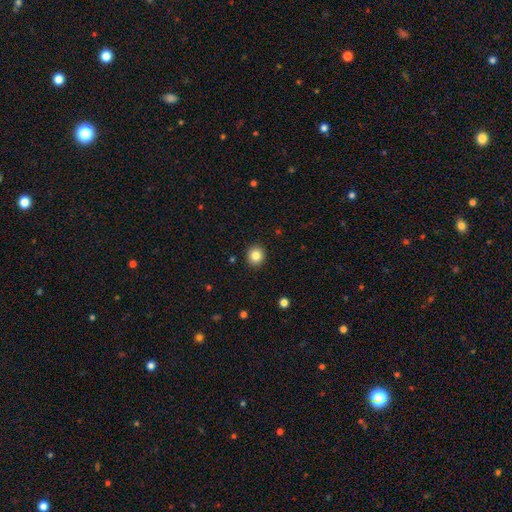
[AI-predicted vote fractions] This is clearly a smooth galaxy (84%). How rounded: clearly round (85%). Merging: clearly none (92%).